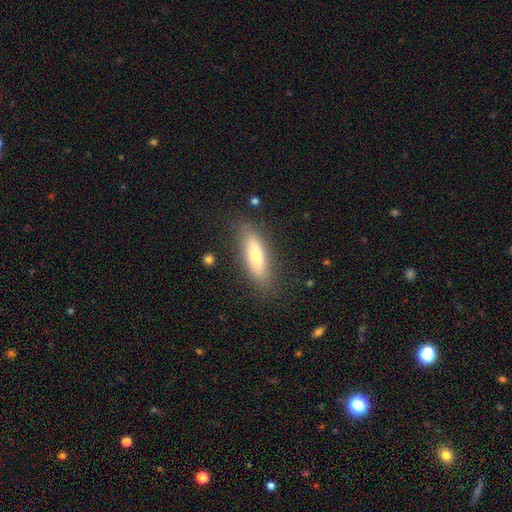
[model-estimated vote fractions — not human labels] A smooth galaxy with no disk features (69%) that is cigar-shaped (56%).

Vote fractions:
- Smooth or featured? smooth: 69% / featured or disk: 25% / star or artifact: 6%
- How rounded? cigar-shaped: 56% / in between: 42% / round: 2%
- Merging? none: 81% / minor disturbance: 13% / major disturbance: 4% / merger: 2%